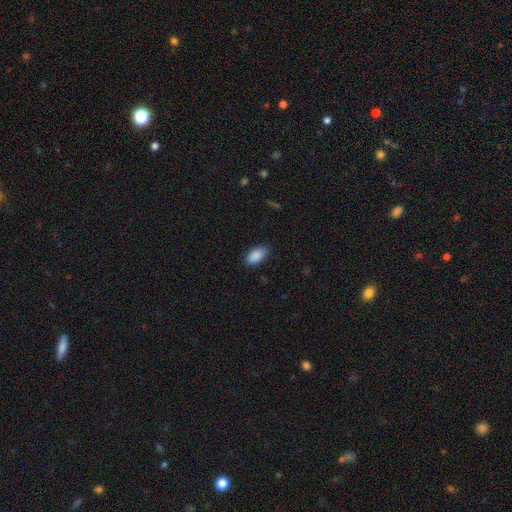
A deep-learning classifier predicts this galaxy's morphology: Q: Smooth or featured?
A: smooth (90%); runner-up: star or artifact (7%)
Q: How rounded?
A: in between (93%); runner-up: cigar-shaped (4%)
Q: Merging?
A: none (86%); runner-up: minor disturbance (11%)